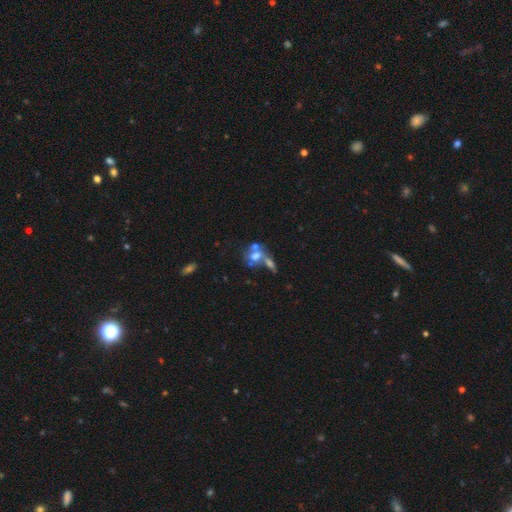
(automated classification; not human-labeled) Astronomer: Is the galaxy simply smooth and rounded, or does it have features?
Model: smooth — 52% (runner-up: featured or disk, 35%).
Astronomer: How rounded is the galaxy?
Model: in between — 57% (runner-up: round, 39%).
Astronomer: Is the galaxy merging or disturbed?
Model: merger — 54%.